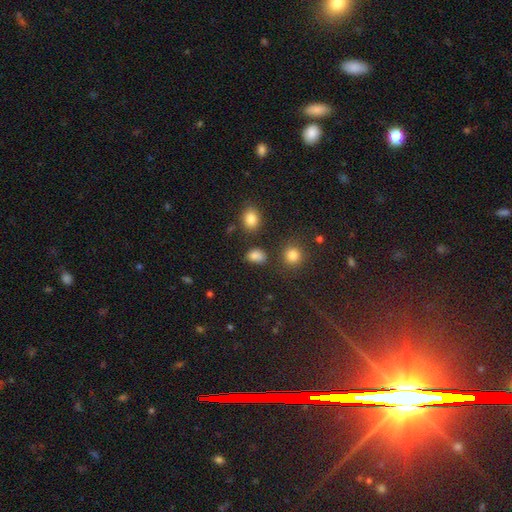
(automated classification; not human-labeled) The model was most divided on "how rounded": in between: 70%, round: 29%, cigar-shaped: 2%. More confident: smooth or featured — smooth (83%); merging — none (72%).